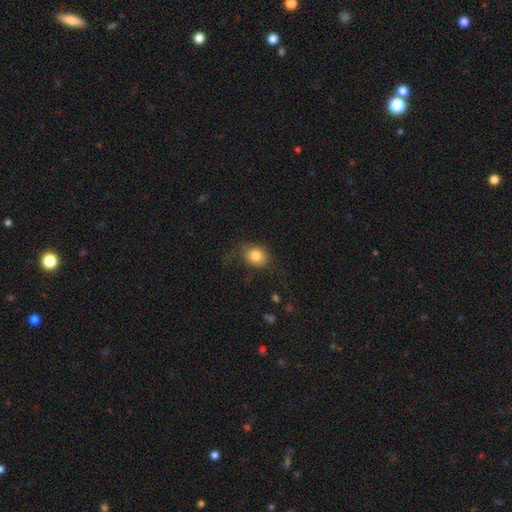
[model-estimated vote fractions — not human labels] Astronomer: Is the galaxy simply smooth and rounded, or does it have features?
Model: smooth — 81%.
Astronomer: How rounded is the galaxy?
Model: round — 56% (runner-up: in between, 43%).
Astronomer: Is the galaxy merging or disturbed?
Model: none — 55%.